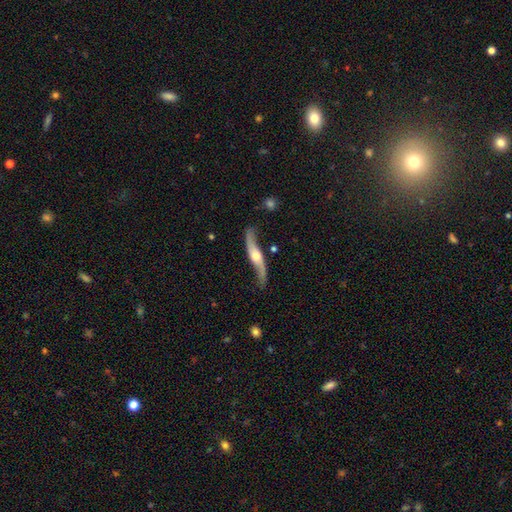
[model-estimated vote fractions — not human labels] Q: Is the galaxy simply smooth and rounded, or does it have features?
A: featured or disk — 78%.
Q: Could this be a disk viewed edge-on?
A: no — 54%.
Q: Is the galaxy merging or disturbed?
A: none — 68%.